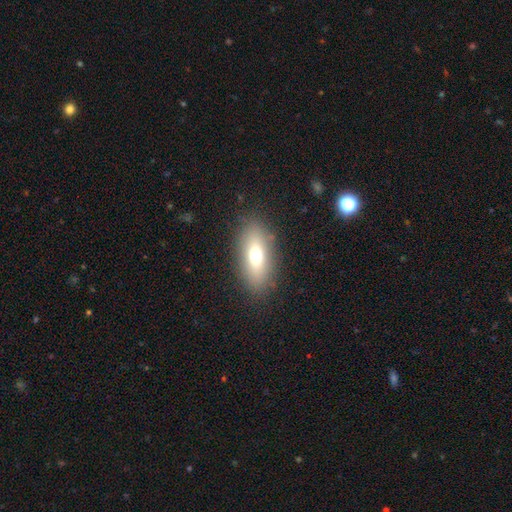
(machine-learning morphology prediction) Overall: smooth (69%). How rounded: in between (80%). Merging: none (85%).